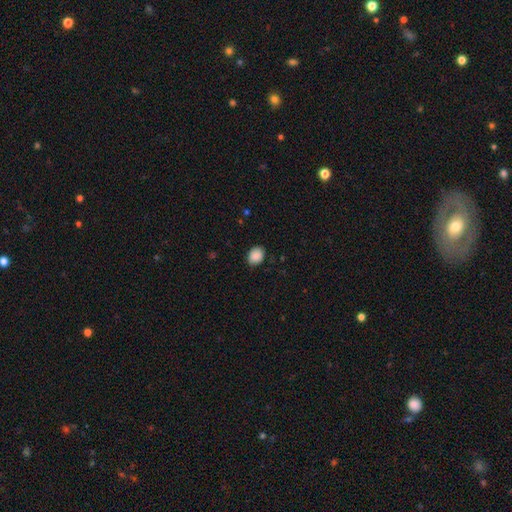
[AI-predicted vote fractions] Morphology: type=smooth (89%); roundness=in between (53%); merging=none (86%).